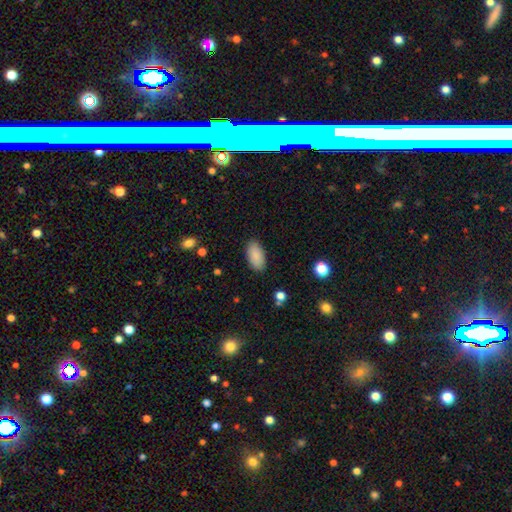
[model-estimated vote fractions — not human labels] Morphology: type=smooth (88%); roundness=in between (95%); merging=none (88%).